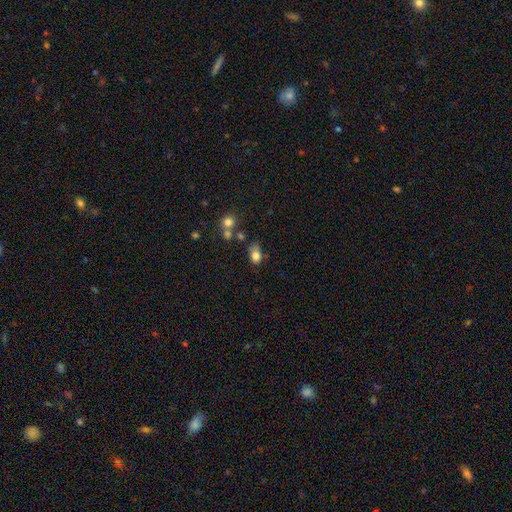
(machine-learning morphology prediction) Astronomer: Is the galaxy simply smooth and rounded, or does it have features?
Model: smooth — 80%.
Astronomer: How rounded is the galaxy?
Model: in between — 74%.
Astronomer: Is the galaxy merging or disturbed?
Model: none — 46% (runner-up: minor disturbance, 31%).